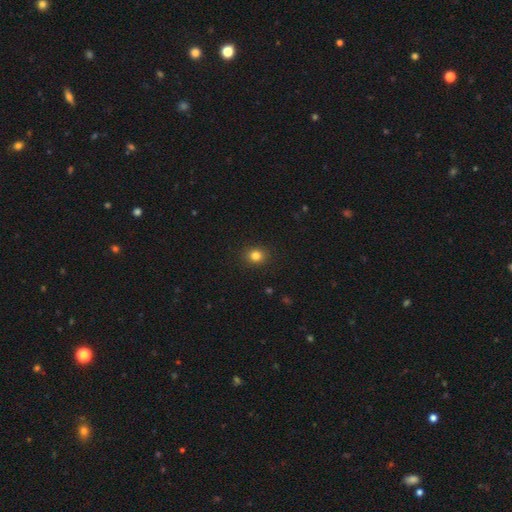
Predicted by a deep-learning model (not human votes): smooth 82%, star or artifact 13%, featured or disk 5%. Down the decision tree: how rounded — round (73%); merging — none (90%).